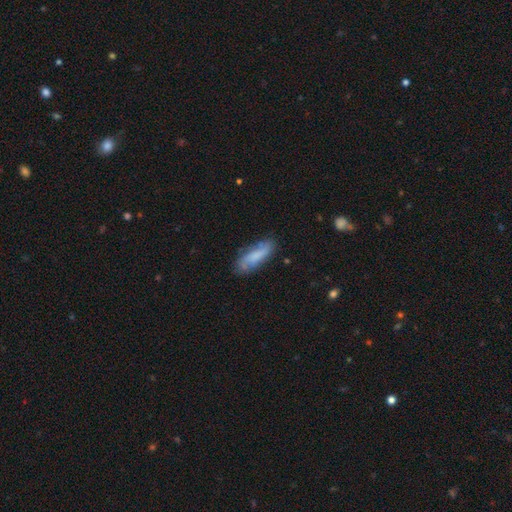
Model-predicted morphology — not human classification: A smooth galaxy with no disk features (61%) that is in between round and cigar-shaped (51%). Merging: none (75%).